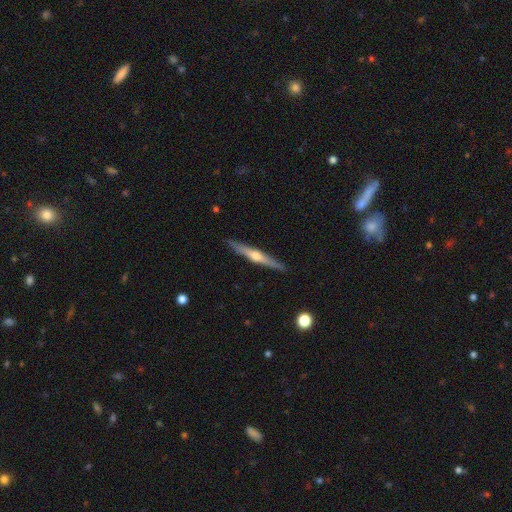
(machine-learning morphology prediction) Smooth or featured? featured or disk (68%)
Edge-on disk? yes (97%)
Edge-on bulge? rounded (86%)
Merging? none (90%)